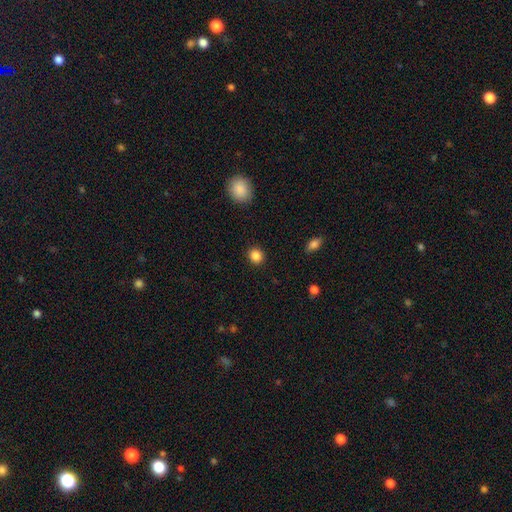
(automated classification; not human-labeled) Smooth or featured? Predicted: smooth (p=0.86). How rounded? Predicted: round (p=0.84). Merging? Predicted: none (p=0.91).